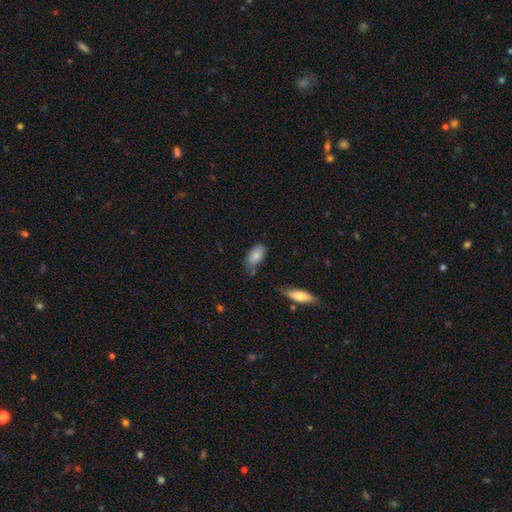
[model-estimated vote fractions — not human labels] The model was most divided on "merging": none: 64%, minor disturbance: 26%, merger: 5%, major disturbance: 5%. More confident: how rounded — in between (93%); smooth or featured — smooth (84%).